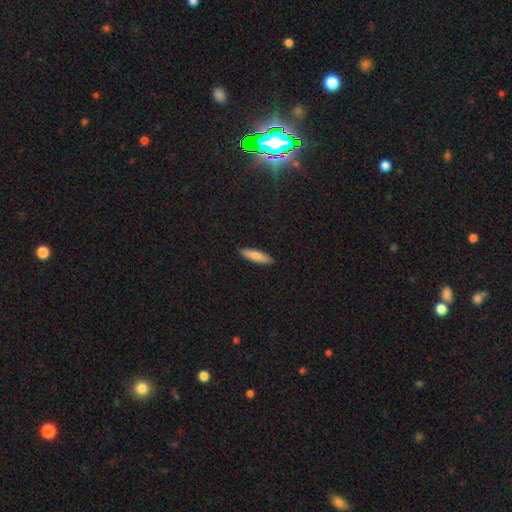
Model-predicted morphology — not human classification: type=smooth (85%); roundness=cigar-shaped (69%); merging=none (90%).